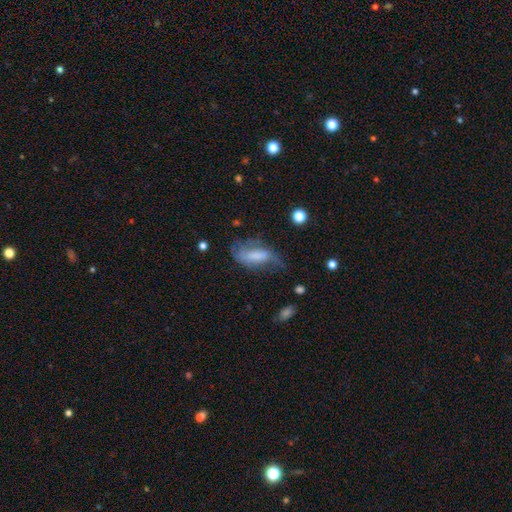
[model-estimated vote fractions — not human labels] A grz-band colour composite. It shows a smooth galaxy with no disk features (47%). Merging: none (35%).